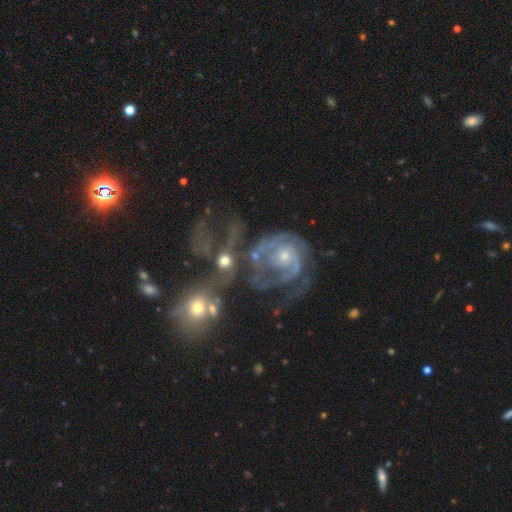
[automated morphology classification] Smooth or featured? Predicted: featured or disk (p=0.84). Edge-on disk? Predicted: no (p=0.98). Bar? Predicted: no (p=0.74). Spiral arms? Predicted: yes (p=0.90). Spiral winding? Predicted: tight (p=0.50). Spiral arm count? Predicted: 2 (p=0.36). Bulge size? Predicted: small (p=0.57). Merging? Predicted: merger (p=0.36).